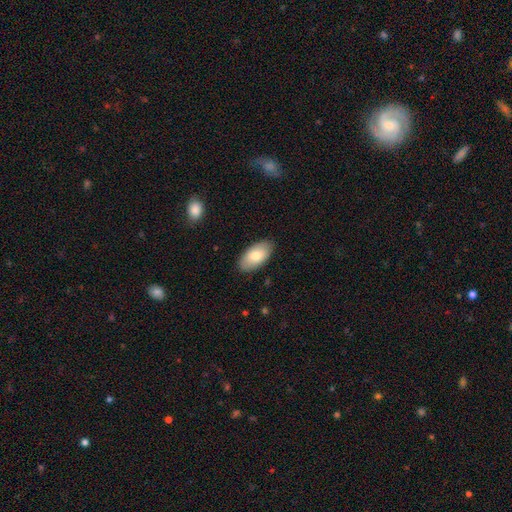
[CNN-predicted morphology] type=smooth (78%); roundness=in between (95%); merging=none (86%).